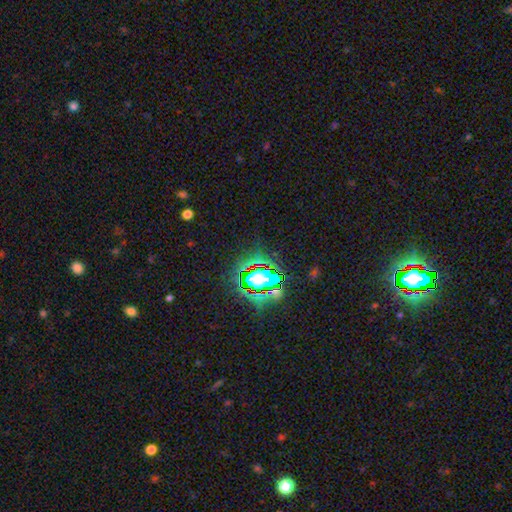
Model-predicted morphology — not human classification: star or artifact 80%, smooth 12%, featured or disk 8%.